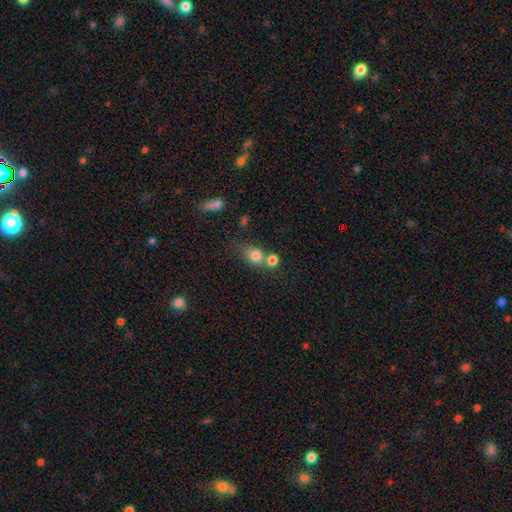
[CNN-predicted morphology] smooth 80%, star or artifact 11%, featured or disk 9%. Down the decision tree: how rounded — round (68%); merging — none (46%).